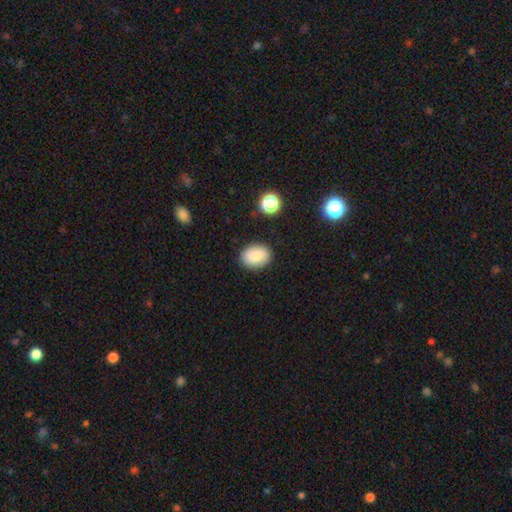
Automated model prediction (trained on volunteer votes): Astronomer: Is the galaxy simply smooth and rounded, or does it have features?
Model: smooth — 84%.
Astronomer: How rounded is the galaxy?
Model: in between — 67%.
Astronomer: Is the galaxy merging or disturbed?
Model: none — 86%.